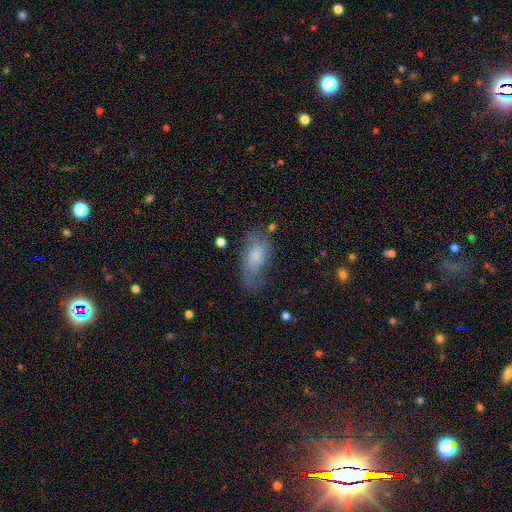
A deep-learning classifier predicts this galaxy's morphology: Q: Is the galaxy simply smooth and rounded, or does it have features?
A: smooth — 68%.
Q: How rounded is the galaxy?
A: in between — 89%.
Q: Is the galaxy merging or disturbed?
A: none — 48%.